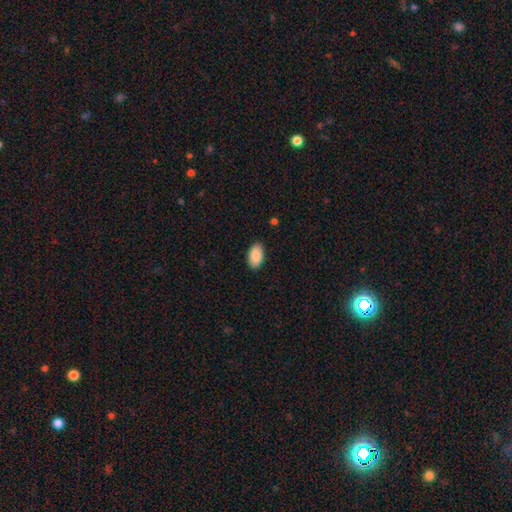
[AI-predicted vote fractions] smooth 89%, star or artifact 6%, featured or disk 5%. Down the decision tree: how rounded — in between (95%); merging — none (89%).